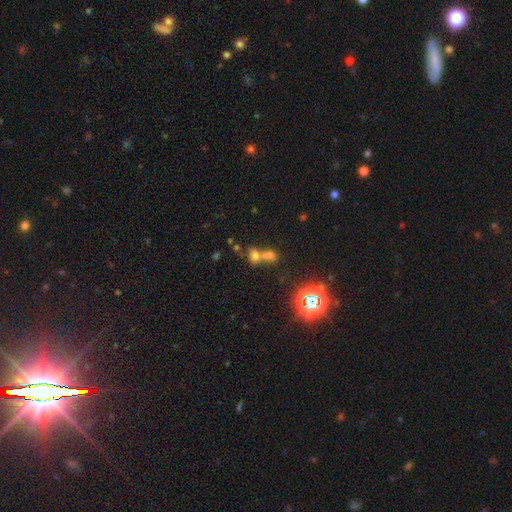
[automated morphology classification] type=smooth (59%); roundness=in between (50%); merging=merger (62%).